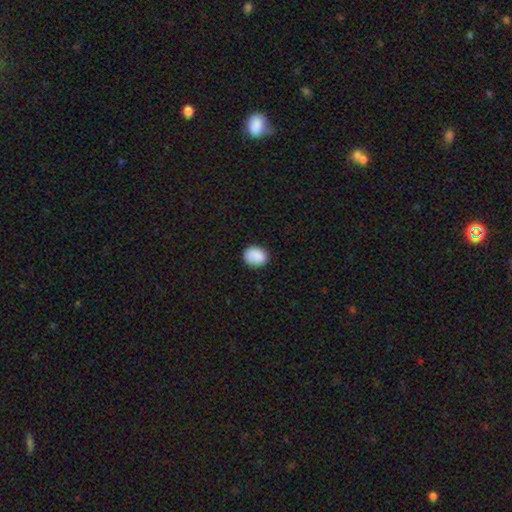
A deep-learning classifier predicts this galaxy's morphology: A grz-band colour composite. It shows a smooth galaxy with no disk features (88%) that is round (51%). Merging: none (83%).